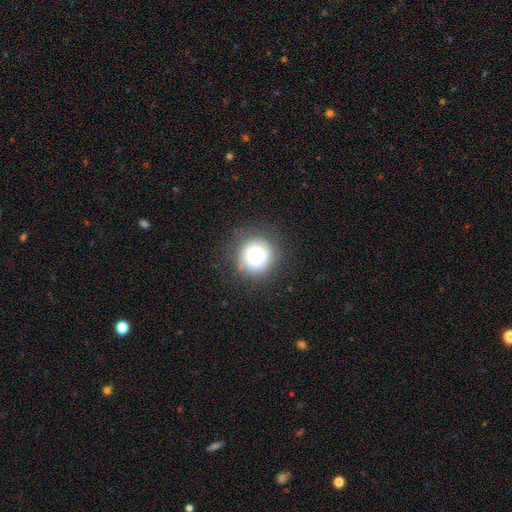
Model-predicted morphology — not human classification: smooth 57%, featured or disk 32%, star or artifact 10%. Down the decision tree: how rounded — round (92%); merging — none (78%).